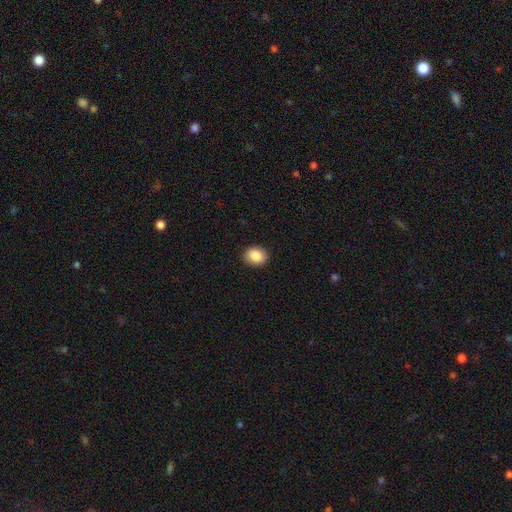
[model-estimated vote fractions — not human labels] smooth 88%, star or artifact 8%, featured or disk 4%. Down the decision tree: how rounded — in between (50%, tied with round); merging — none (90%).